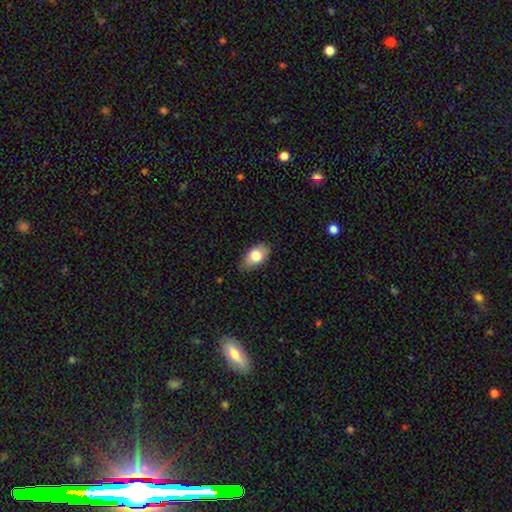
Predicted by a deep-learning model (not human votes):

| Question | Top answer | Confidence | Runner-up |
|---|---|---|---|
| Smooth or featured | smooth | 79% | featured or disk (14%) |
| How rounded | in between | 90% | round (8%) |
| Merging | none | 79% | minor disturbance (17%) |